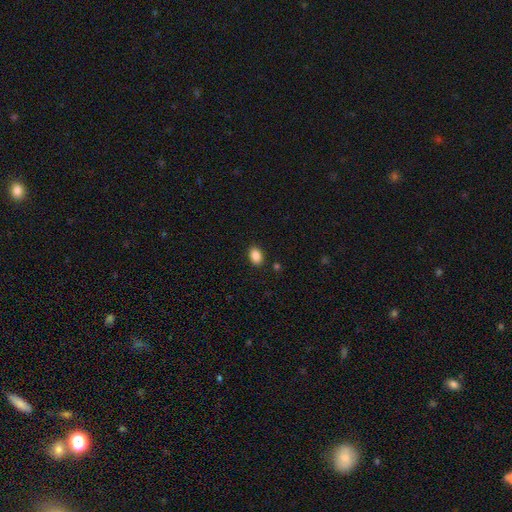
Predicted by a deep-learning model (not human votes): A smooth galaxy with no disk features (88%) that is in between round and cigar-shaped (84%).

Vote fractions:
- Smooth or featured? smooth: 88% / star or artifact: 9% / featured or disk: 4%
- How rounded? in between: 84% / round: 15% / cigar-shaped: 1%
- Merging? none: 88% / minor disturbance: 8% / major disturbance: 2% / merger: 1%